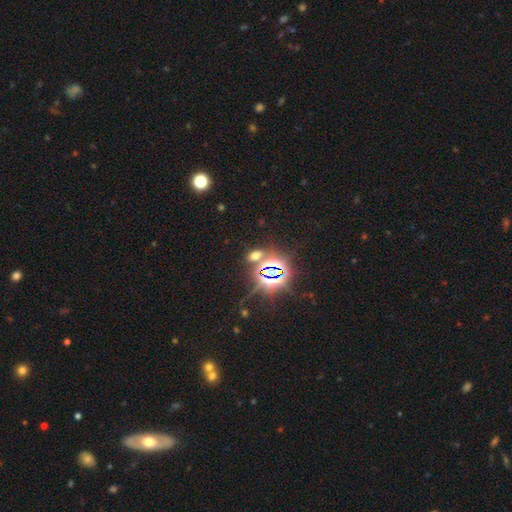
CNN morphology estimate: Q: Smooth or featured?
A: star or artifact (53%); runner-up: smooth (38%)